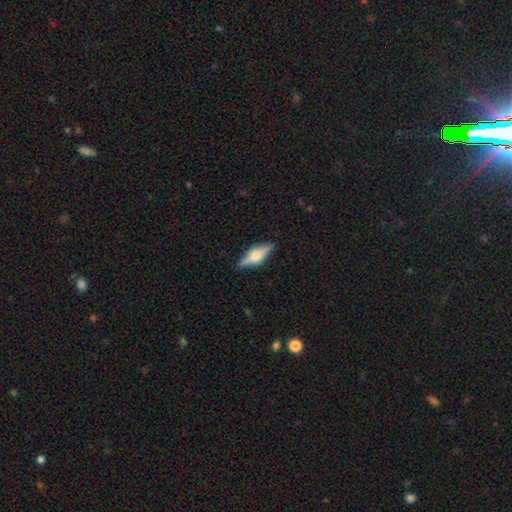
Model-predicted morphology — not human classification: Smooth or featured: featured or disk — 63% (smooth — 30%)
Edge-on disk: yes — 95% (no — 5%)
Edge-on bulge: rounded — 89% (boxy — 9%)
Merging: none — 87% (minor disturbance — 10%)